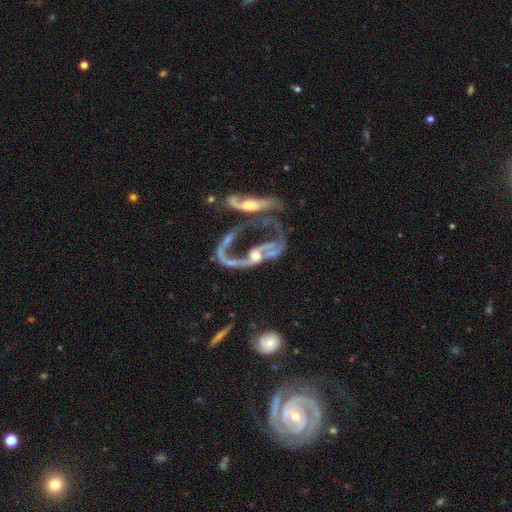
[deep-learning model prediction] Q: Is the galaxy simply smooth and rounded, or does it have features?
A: featured or disk — 80%.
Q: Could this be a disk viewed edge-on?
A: no — 93%.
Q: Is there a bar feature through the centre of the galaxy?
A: no — 68%.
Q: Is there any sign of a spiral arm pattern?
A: yes — 72%.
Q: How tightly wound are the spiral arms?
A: loose — 75%.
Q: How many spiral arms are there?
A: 2 — 53%.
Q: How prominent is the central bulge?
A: moderate — 48%.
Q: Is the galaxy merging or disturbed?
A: merger — 53%.